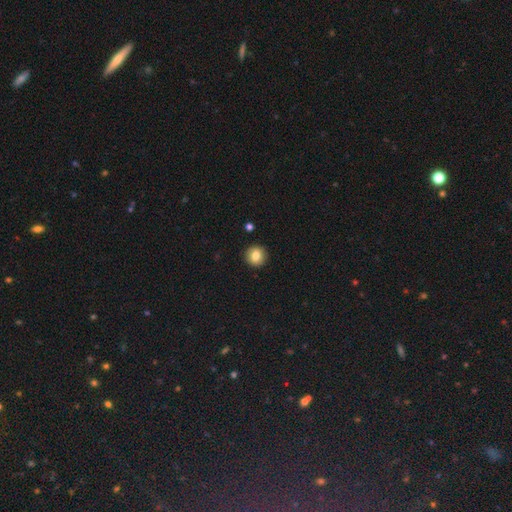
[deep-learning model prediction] This is clearly a smooth galaxy (82%). How rounded: clearly round (93%). Merging: clearly none (92%).